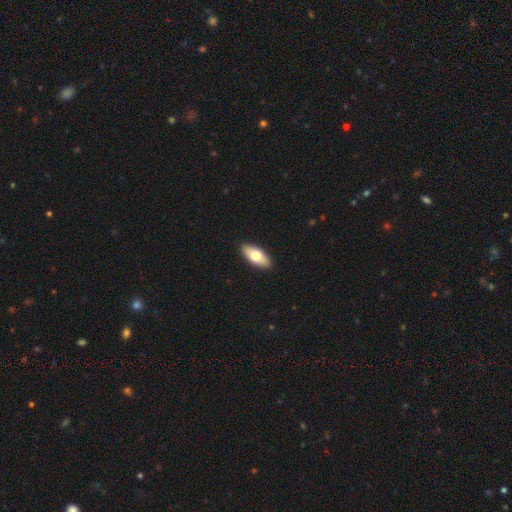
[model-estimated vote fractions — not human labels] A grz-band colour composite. It shows a smooth galaxy with no disk features (69%) that is in between round and cigar-shaped (82%). Merging: none (91%).